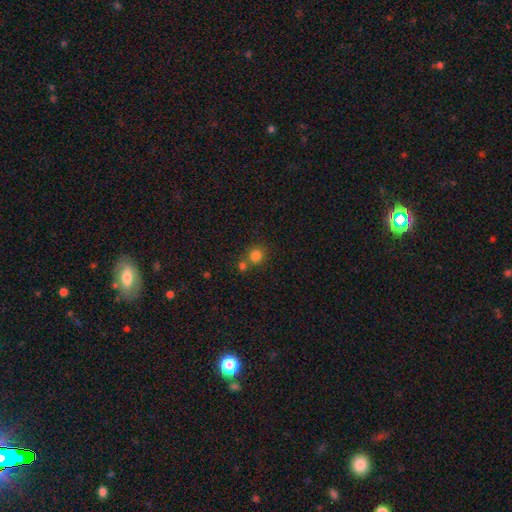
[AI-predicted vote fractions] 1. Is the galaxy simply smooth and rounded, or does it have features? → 82% smooth, 13% star or artifact, 5% featured or disk.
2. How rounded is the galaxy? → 86% round, 13% in between, 1% cigar-shaped.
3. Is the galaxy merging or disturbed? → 61% none, 27% merger, 8% minor disturbance, 3% major disturbance.